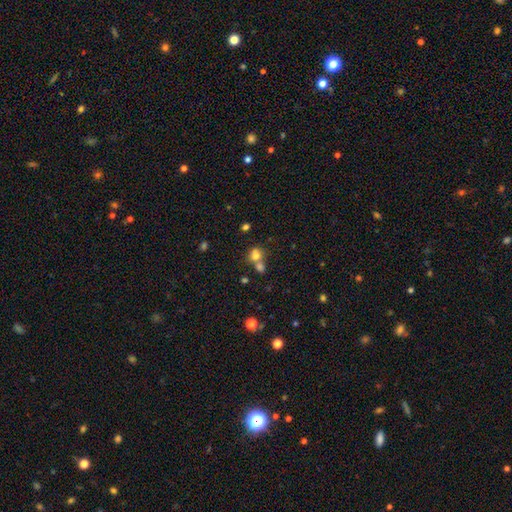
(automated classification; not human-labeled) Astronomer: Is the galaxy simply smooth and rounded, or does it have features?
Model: smooth — 74%.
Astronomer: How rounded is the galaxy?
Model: round — 68%.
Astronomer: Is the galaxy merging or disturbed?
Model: merger — 49% (runner-up: none, 37%).